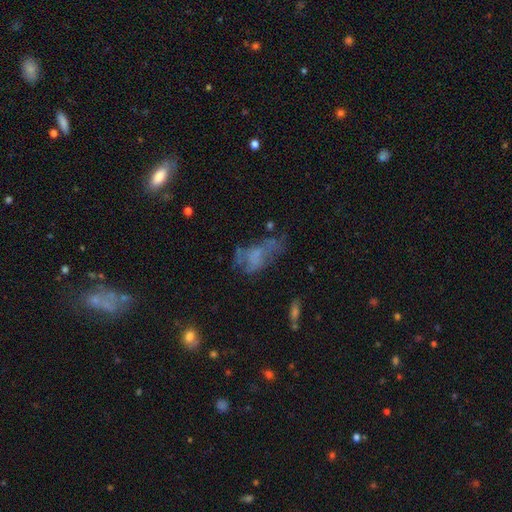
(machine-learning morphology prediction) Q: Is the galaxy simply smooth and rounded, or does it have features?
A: featured or disk — 44%.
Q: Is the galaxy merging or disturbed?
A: none — 36%.